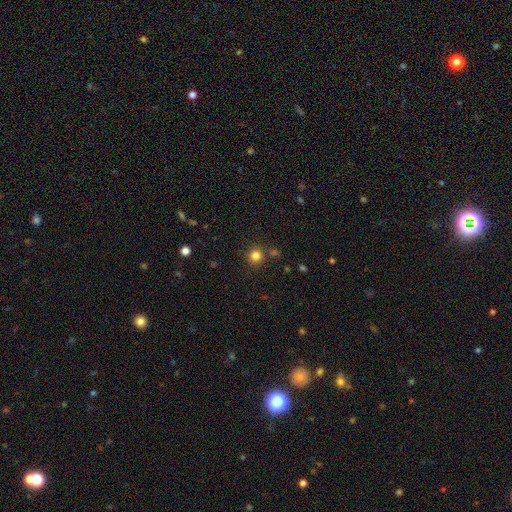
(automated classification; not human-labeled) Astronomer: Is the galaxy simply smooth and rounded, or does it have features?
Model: smooth — 81%.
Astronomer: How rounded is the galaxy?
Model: round — 93%.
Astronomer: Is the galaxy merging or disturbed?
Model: none — 84%.